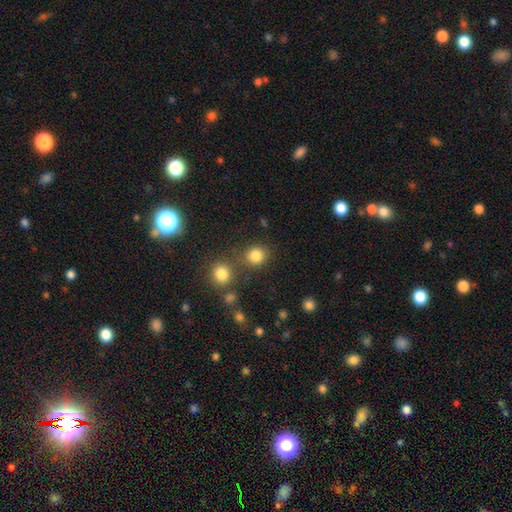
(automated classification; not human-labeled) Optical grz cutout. It shows a smooth galaxy with no disk features (83%) that is round (84%). Merging: none (72%).